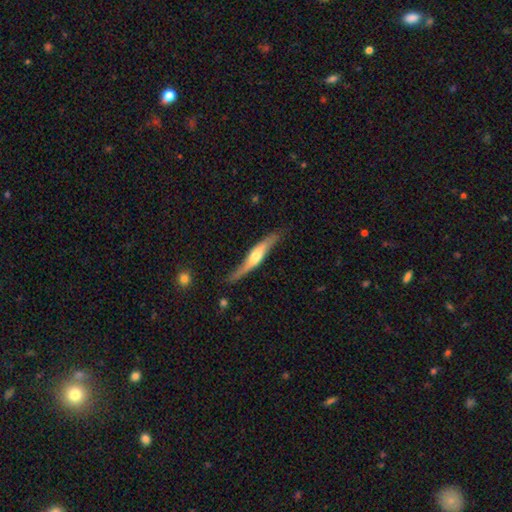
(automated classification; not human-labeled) Smooth or featured? featured or disk (64%)
Edge-on disk? yes (79%)
Edge-on bulge? rounded (79%)
Merging? none (65%)